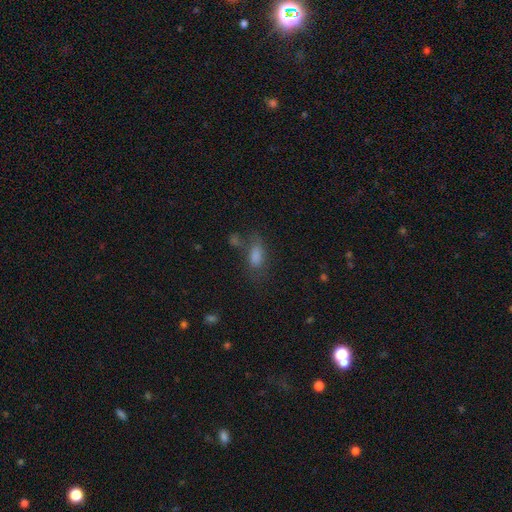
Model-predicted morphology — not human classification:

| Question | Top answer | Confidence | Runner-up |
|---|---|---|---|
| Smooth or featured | smooth | 70% | star or artifact (17%) |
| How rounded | in between | 76% | cigar-shaped (16%) |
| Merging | none | 57% | minor disturbance (20%) |